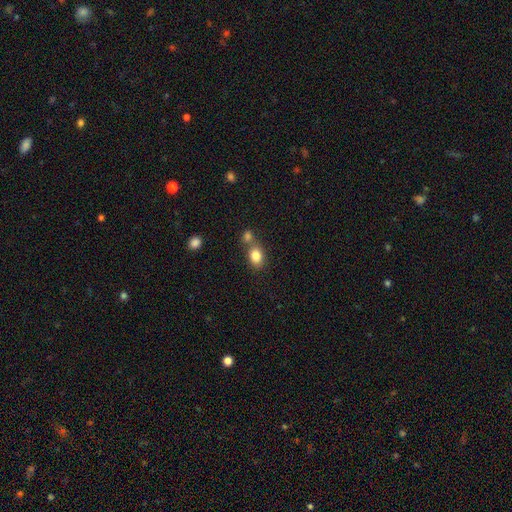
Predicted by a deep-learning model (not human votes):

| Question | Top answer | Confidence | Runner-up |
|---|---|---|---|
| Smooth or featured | smooth | 83% | star or artifact (9%) |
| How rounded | in between | 64% | round (34%) |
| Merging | none | 52% | merger (34%) |